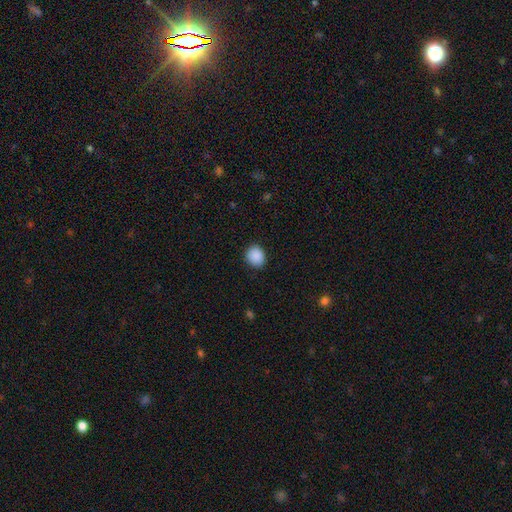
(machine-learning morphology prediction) smooth-or-featured: smooth: 89% | star or artifact: 8% | featured or disk: 2%
  how-rounded: round: 74% | in between: 25% | cigar-shaped: 1%
  merging: none: 88% | minor disturbance: 8% | major disturbance: 2% | merger: 1%